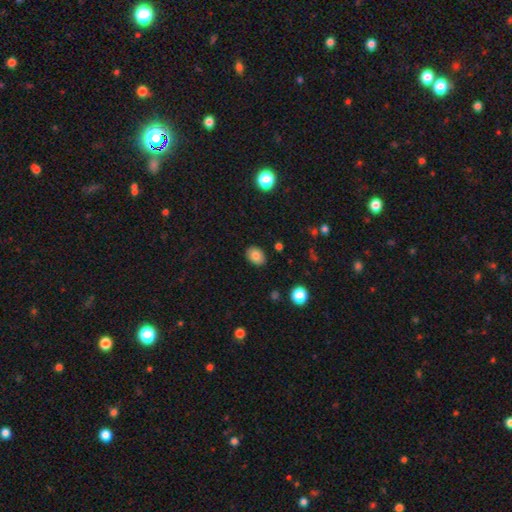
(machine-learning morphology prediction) Smooth or featured?
  - smooth: 82% *
  - star or artifact: 9%
  - featured or disk: 9%
How rounded?
  - in between: 72% *
  - round: 27%
  - cigar-shaped: 1%
Merging?
  - none: 88% *
  - minor disturbance: 9%
  - major disturbance: 2%
  - merger: 1%